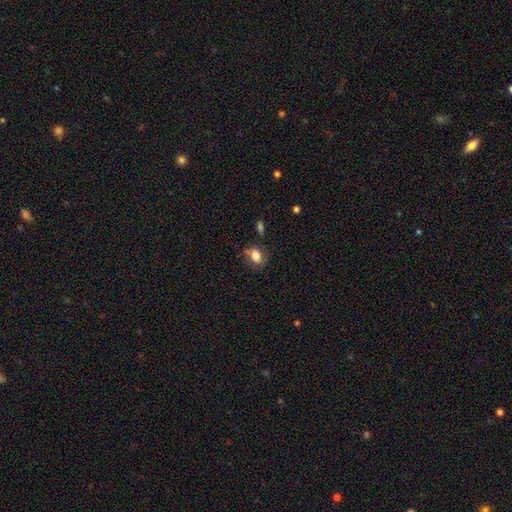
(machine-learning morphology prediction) smooth 80%, featured or disk 11%, star or artifact 9%. Down the decision tree: how rounded — in between (69%); merging — none (65%).